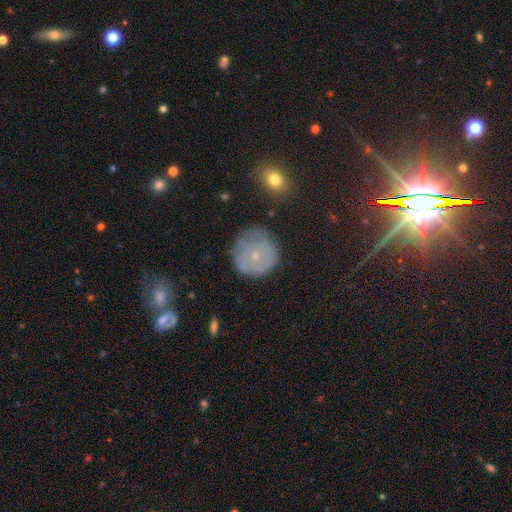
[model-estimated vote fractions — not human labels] Smooth or featured? smooth (48%)
Merging? none (63%)